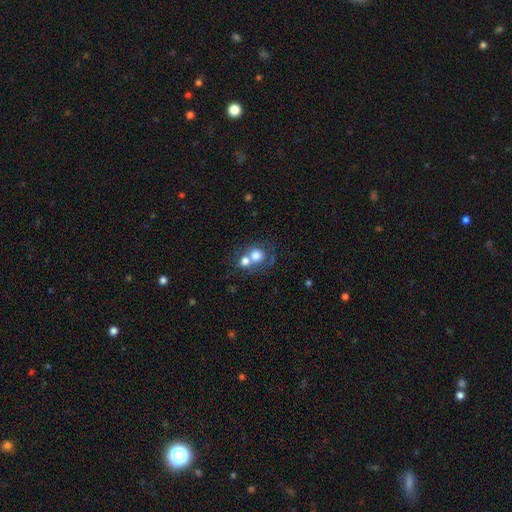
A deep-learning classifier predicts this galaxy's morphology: Smooth or featured?
  - smooth: 70% *
  - featured or disk: 19%
  - star or artifact: 11%
How rounded?
  - round: 76% *
  - in between: 23%
  - cigar-shaped: 1%
Merging?
  - merger: 56% *
  - none: 31%
  - minor disturbance: 7%
  - major disturbance: 6%